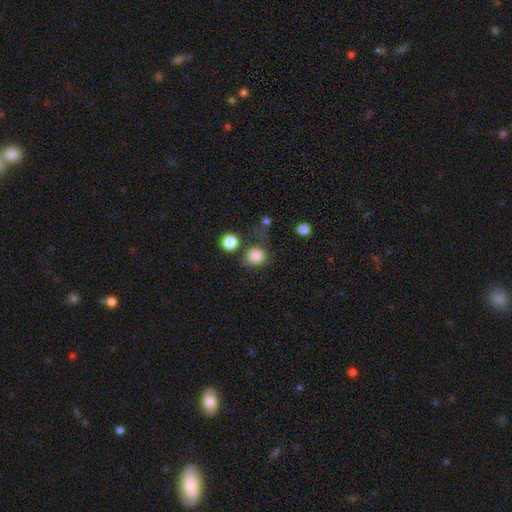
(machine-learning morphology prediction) The model was most divided on "merging": none: 63%, minor disturbance: 18%, merger: 10%, major disturbance: 9%. More confident: smooth or featured — smooth (84%); how rounded — round (83%).